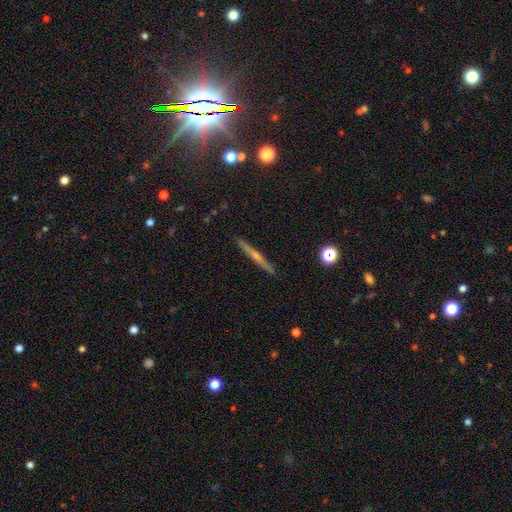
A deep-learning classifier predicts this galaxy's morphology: type=featured or disk (65%); edge-on=yes (97%); edge-on bulge=rounded (59%); merging=none (92%).